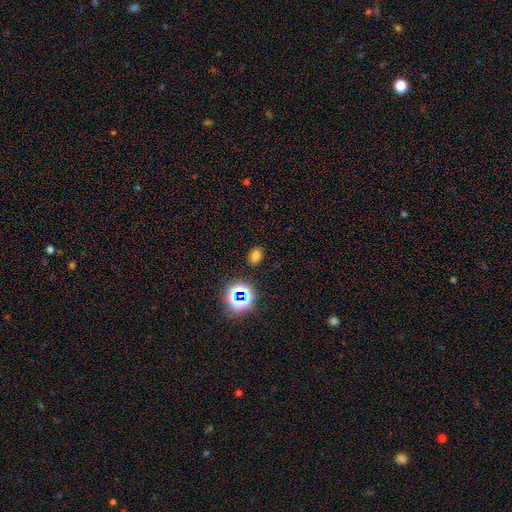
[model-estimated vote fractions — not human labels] Smooth or featured? smooth (69%)
How rounded? in between (74%)
Merging? none (85%)